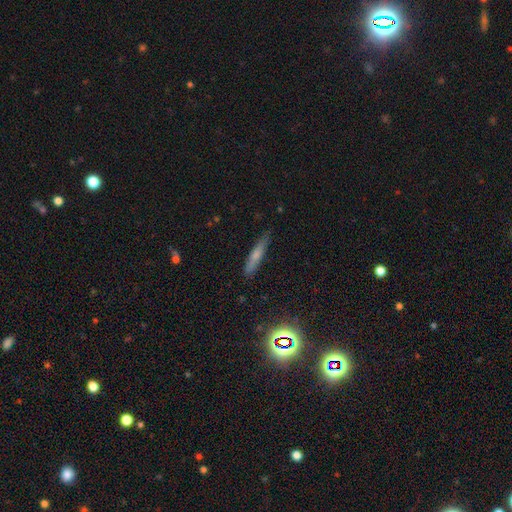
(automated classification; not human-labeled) Q: Smooth or featured?
A: smooth (62%); runner-up: featured or disk (27%)
Q: How rounded?
A: cigar-shaped (90%); runner-up: in between (8%)
Q: Merging?
A: none (83%); runner-up: minor disturbance (13%)